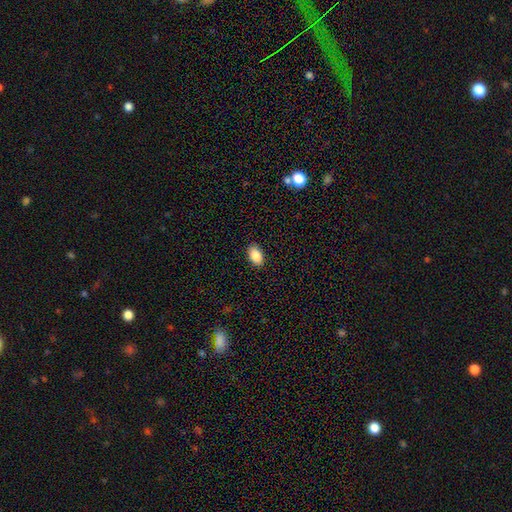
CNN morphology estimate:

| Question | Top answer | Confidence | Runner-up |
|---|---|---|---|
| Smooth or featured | smooth | 88% | star or artifact (7%) |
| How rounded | in between | 92% | round (6%) |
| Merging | none | 88% | minor disturbance (9%) |